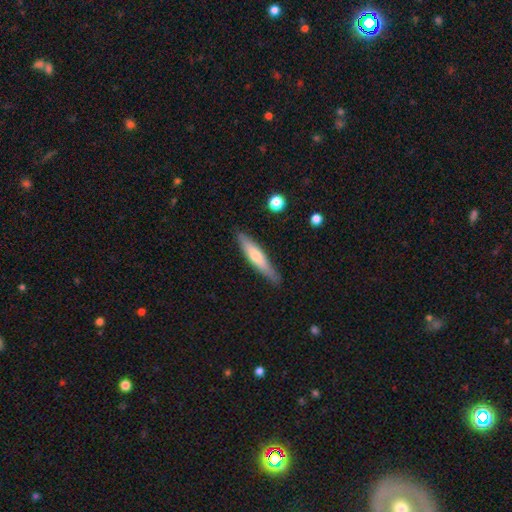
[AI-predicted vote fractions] smooth 52%, featured or disk 43%, star or artifact 6%. Down the decision tree: how rounded — cigar-shaped (88%); merging — none (86%).